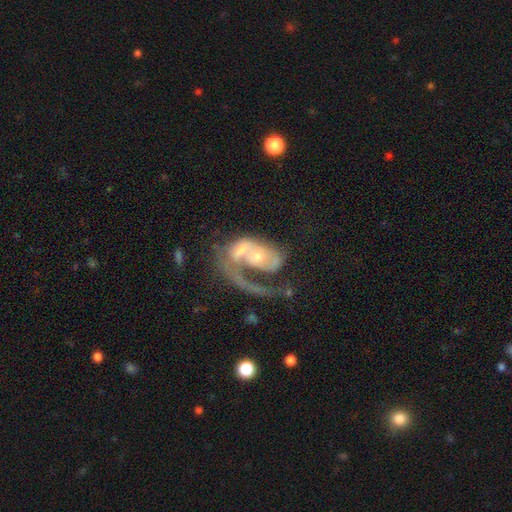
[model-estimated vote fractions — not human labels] featured or disk 75%, smooth 18%, star or artifact 7%. Down the decision tree: edge-on disk — no (97%); bar — no (70%); spiral arms — yes (76%); spiral arm count — 1 (75%); spiral winding — loose (41%); bulge size — small (46%); merging — merger (38%).